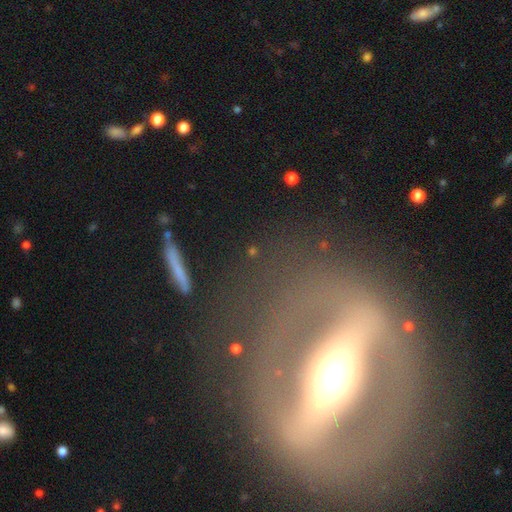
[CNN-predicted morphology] smooth_or_featured: featured or disk (p=0.68) [alt: smooth p=0.18]
disk_edge_on: no (p=0.63) [alt: yes p=0.37]
merging: none (p=0.70) [alt: major disturbance p=0.13]